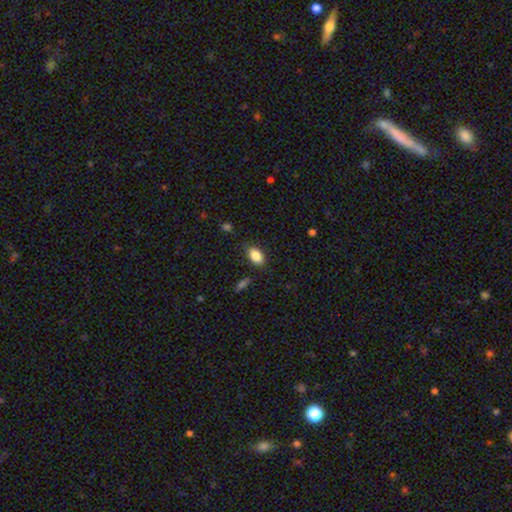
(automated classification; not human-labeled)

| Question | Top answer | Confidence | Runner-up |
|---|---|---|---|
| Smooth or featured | smooth | 86% | star or artifact (8%) |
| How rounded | in between | 90% | round (7%) |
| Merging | none | 81% | minor disturbance (14%) |